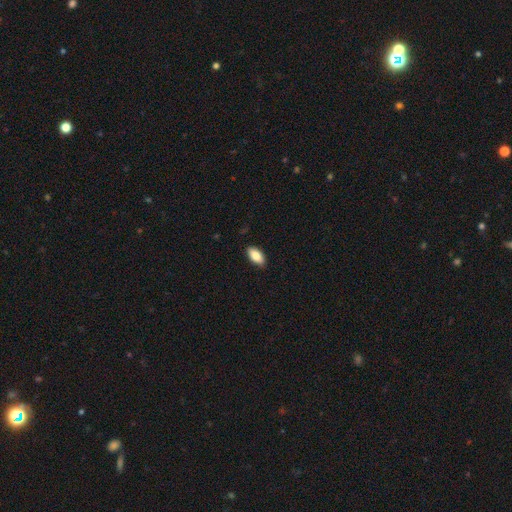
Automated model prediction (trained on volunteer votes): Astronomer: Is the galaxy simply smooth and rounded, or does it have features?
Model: smooth — 85%.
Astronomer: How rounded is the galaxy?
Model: in between — 93%.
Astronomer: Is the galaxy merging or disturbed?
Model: none — 89%.